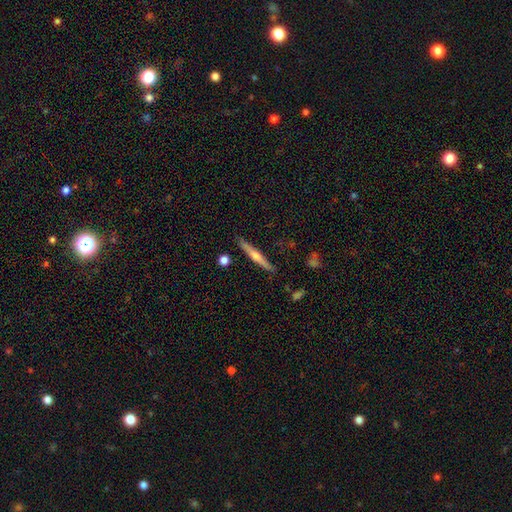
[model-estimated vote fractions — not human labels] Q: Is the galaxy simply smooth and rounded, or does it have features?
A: featured or disk — 57%.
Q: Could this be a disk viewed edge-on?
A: yes — 97%.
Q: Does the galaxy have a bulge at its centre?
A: rounded — 82%.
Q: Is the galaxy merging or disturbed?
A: none — 89%.